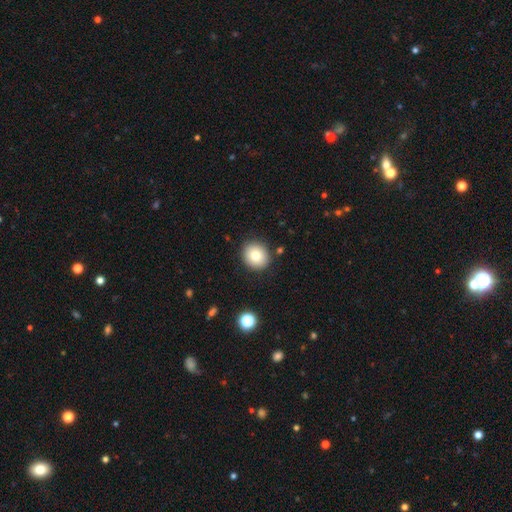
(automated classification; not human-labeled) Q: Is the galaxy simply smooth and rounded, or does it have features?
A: smooth — 79%.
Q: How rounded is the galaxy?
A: round — 81%.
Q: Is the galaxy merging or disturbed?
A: none — 87%.